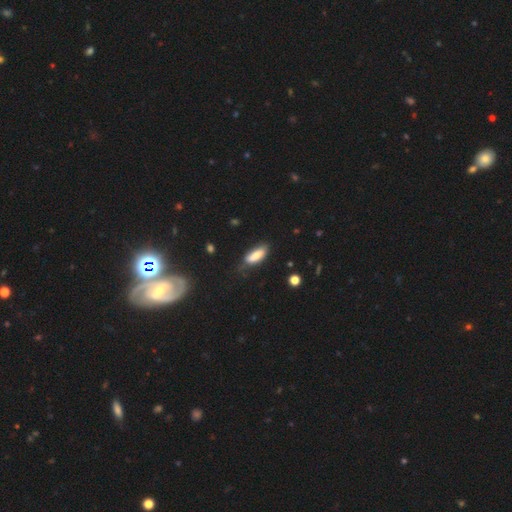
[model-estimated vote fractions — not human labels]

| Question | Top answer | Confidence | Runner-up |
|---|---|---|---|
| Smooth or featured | smooth | 80% | featured or disk (13%) |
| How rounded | in between | 69% | cigar-shaped (30%) |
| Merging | none | 59% | minor disturbance (30%) |